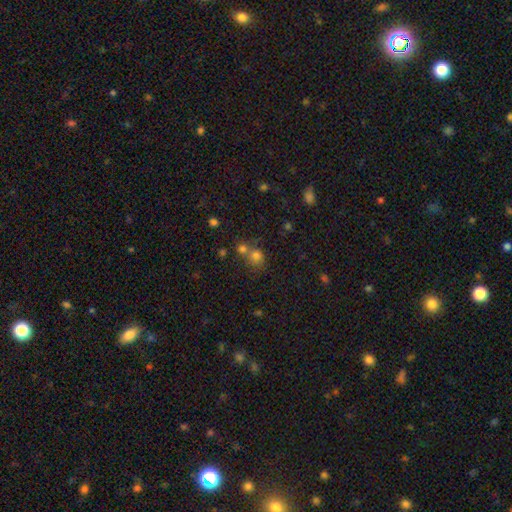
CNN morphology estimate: This appears to be a smooth galaxy with no disk features (73%) that is round (80%). Merging: none (44%).